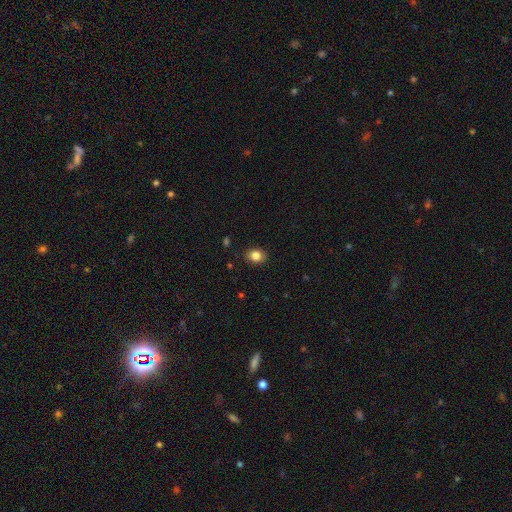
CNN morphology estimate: smooth-or-featured: smooth: 84% | star or artifact: 10% | featured or disk: 6%
  how-rounded: round: 50% | in between: 49% | cigar-shaped: 1%
  merging: none: 89% | minor disturbance: 8% | major disturbance: 2% | merger: 1%